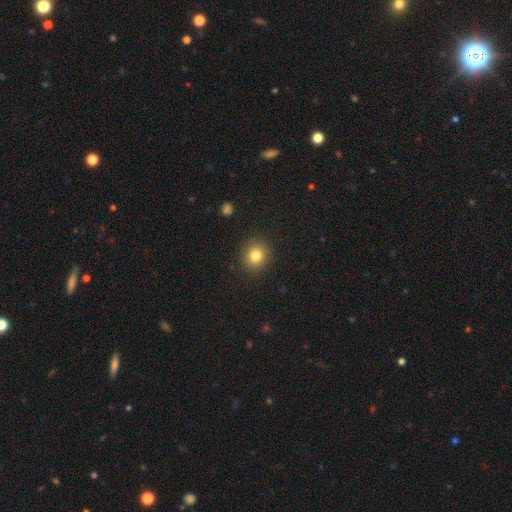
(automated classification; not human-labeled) A smooth galaxy with no disk features (82%) that is round (83%). Merging: none (90%).